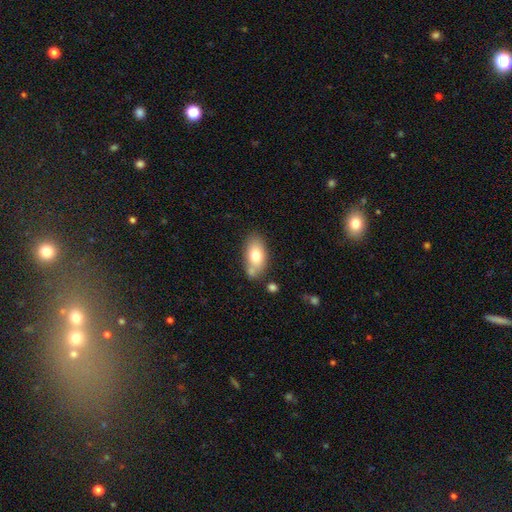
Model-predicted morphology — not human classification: A smooth galaxy with no disk features (73%) that is in between round and cigar-shaped (90%).

Vote fractions:
- Smooth or featured? smooth: 73% / featured or disk: 19% / star or artifact: 8%
- How rounded? in between: 90% / round: 6% / cigar-shaped: 4%
- Merging? none: 64% / minor disturbance: 18% / merger: 13% / major disturbance: 5%